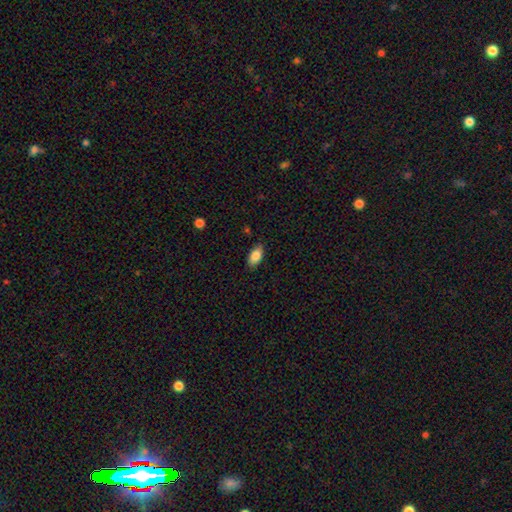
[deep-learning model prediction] This appears to be a smooth galaxy with no disk features (84%) that is in between round and cigar-shaped (92%). Merging: none (82%).